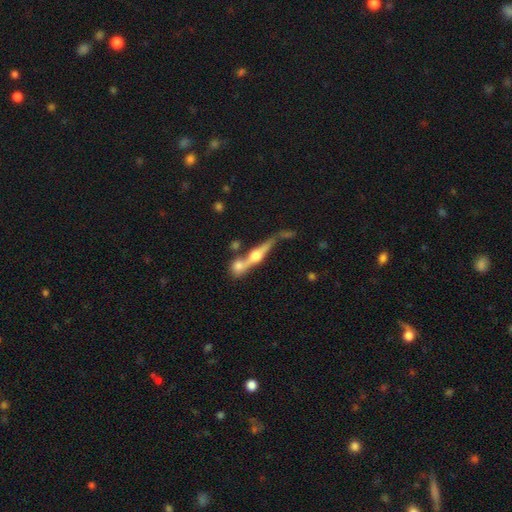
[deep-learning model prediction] A featured or disk galaxy (70%) viewed edge-on (90%) with a rounded central bulge (92%). Merging: none (45%).